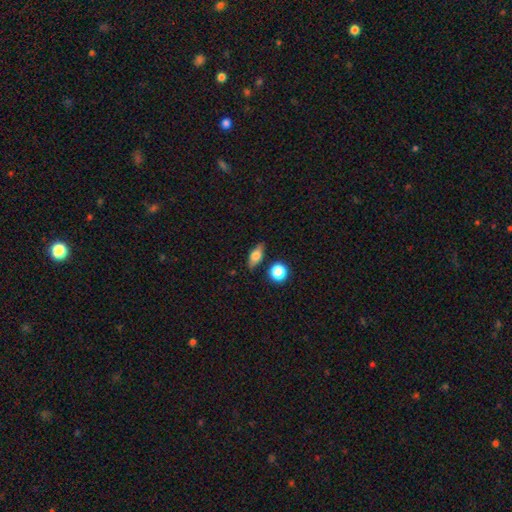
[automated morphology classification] The model was most divided on "smooth or featured": smooth: 60%, featured or disk: 31%, star or artifact: 9%. More confident: merging — none (81%); how rounded — in between (67%).